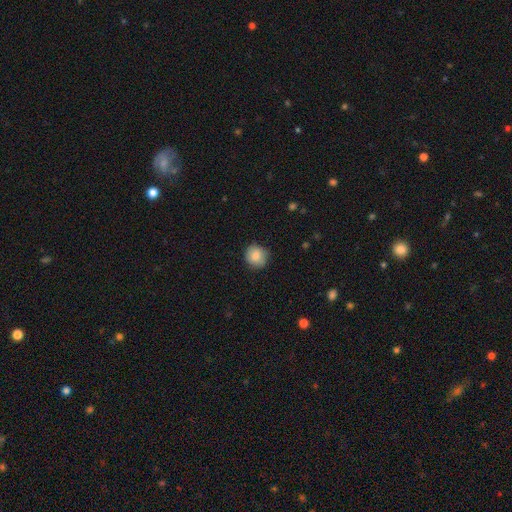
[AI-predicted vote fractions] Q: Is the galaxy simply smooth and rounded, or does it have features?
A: smooth — 82%.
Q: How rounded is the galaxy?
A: round — 87%.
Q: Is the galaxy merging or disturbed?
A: none — 81%.